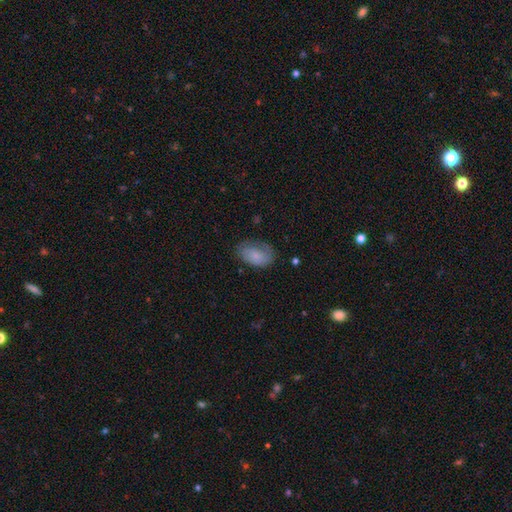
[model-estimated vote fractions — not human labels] This appears to be a smooth galaxy with no disk features (73%) that is in between round and cigar-shaped (89%). Merging: none (58%).